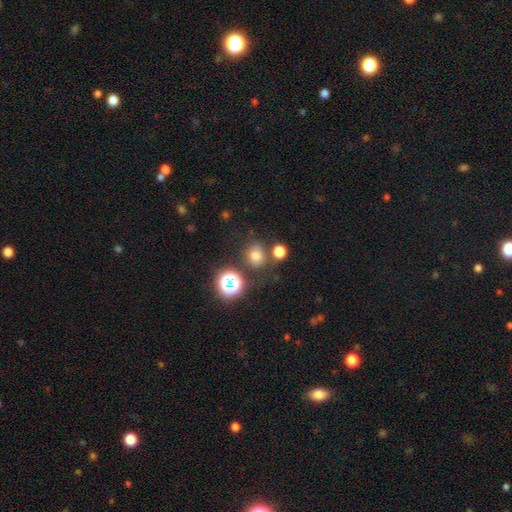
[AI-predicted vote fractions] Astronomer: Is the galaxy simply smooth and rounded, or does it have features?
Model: smooth — 69%.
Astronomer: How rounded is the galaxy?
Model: round — 69%.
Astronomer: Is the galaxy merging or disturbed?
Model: none — 72%.